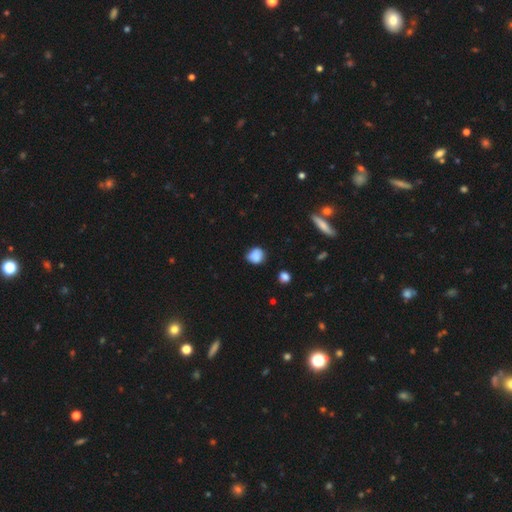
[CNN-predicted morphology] smooth 84%, star or artifact 10%, featured or disk 6%. Down the decision tree: how rounded — round (74%); merging — none (67%).